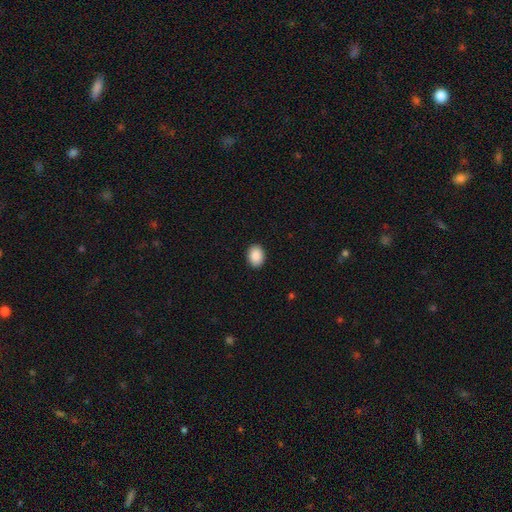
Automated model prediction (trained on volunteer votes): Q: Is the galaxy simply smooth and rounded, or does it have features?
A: smooth — 90%.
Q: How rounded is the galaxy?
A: in between — 66%.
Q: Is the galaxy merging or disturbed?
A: none — 91%.